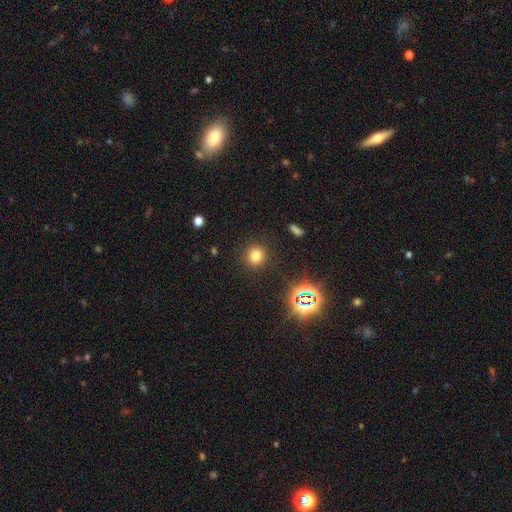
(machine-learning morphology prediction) Smooth or featured? Predicted: smooth (p=0.74). How rounded? Predicted: round (p=0.89). Merging? Predicted: none (p=0.89).